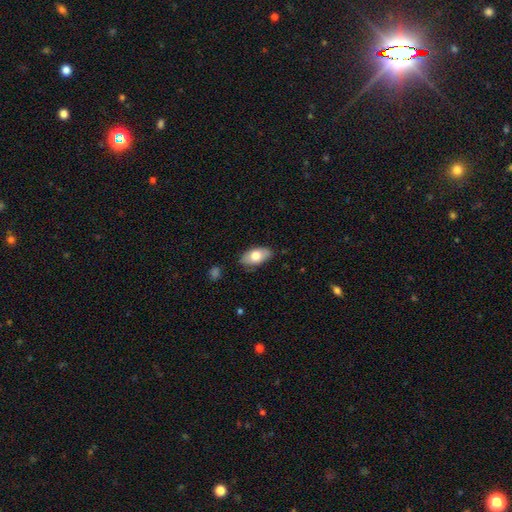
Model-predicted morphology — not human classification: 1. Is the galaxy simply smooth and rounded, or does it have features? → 71% smooth, 23% featured or disk, 6% star or artifact.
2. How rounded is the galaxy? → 93% in between, 4% round, 3% cigar-shaped.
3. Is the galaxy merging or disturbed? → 80% none, 16% minor disturbance, 3% major disturbance, 1% merger.